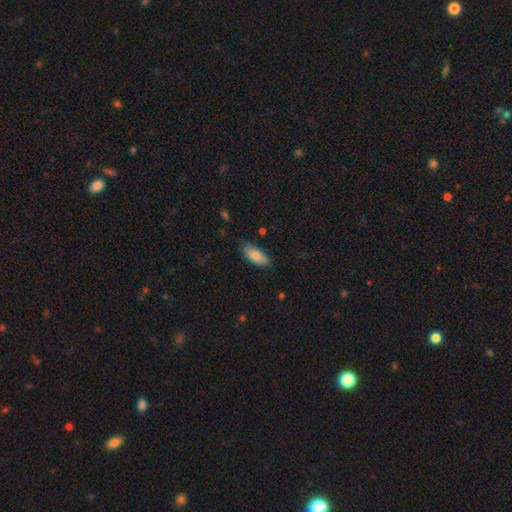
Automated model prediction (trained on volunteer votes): smooth 84%, featured or disk 9%, star or artifact 6%. Down the decision tree: how rounded — in between (86%); merging — none (80%).